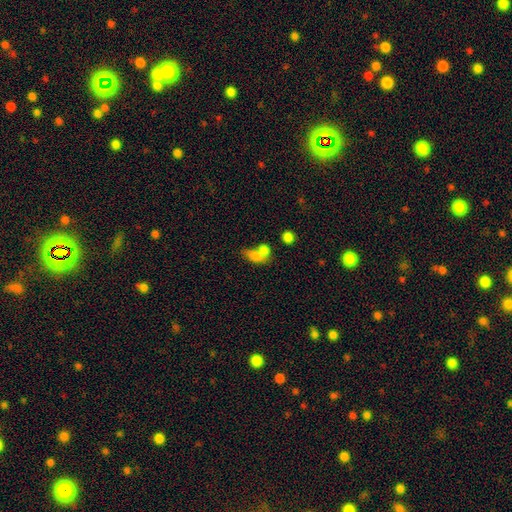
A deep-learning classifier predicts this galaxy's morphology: This is likely a smooth galaxy (76%). How rounded: likely in between (72%). Merging: possibly merger (54%).